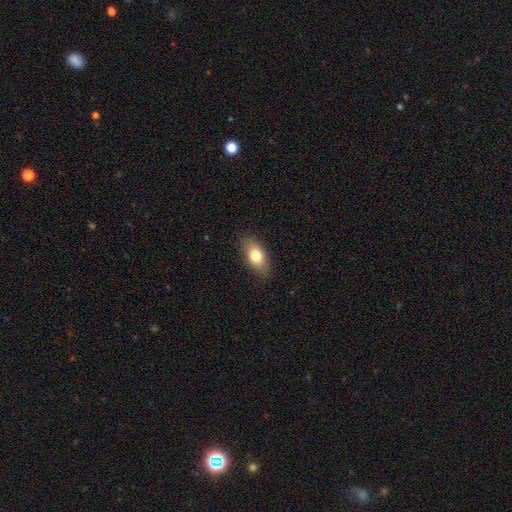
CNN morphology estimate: This is likely a smooth galaxy (76%). How rounded: clearly in between (87%). Merging: clearly none (86%).